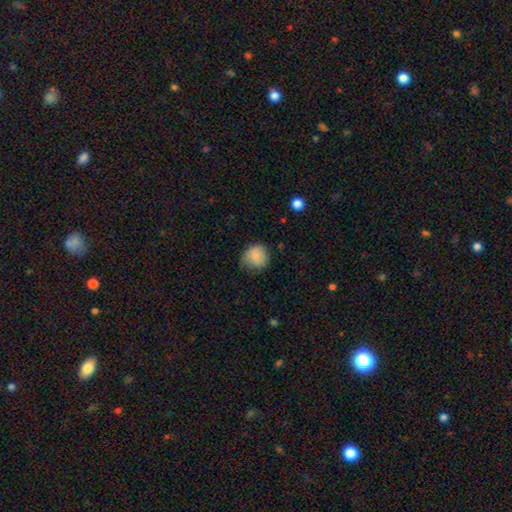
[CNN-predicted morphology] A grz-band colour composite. It shows a smooth galaxy with no disk features (85%) that is round (86%). Merging: none (65%).